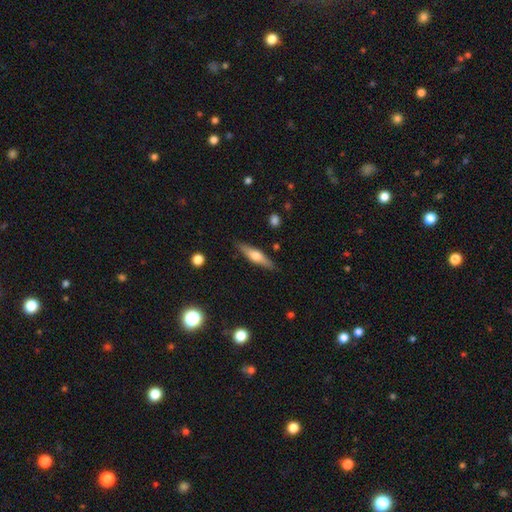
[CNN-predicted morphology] Smooth or featured? Predicted: featured or disk (p=0.51). Edge-on disk? Predicted: yes (p=0.93). Merging? Predicted: none (p=0.87).